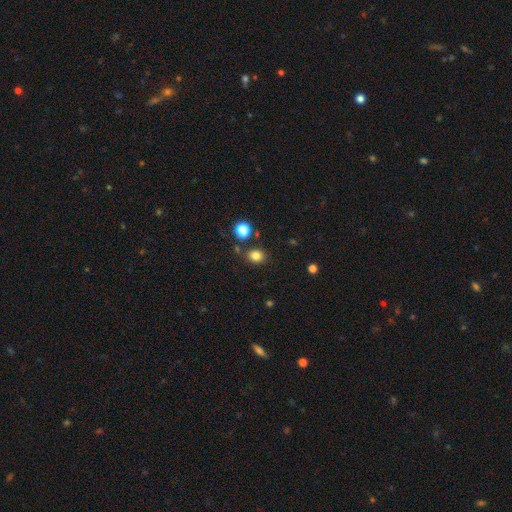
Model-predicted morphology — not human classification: type=smooth (81%); roundness=round (64%); merging=none (80%).